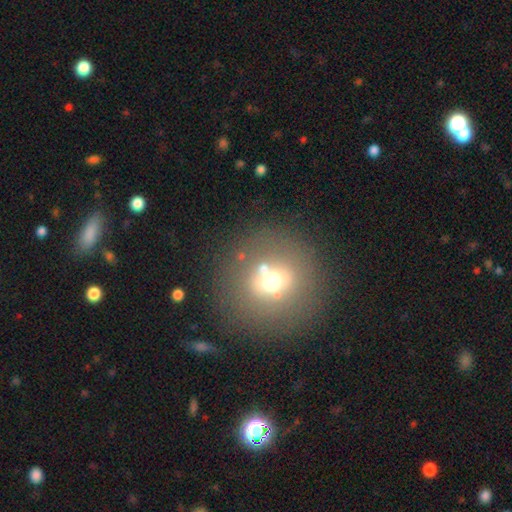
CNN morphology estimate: This is possibly a smooth galaxy (57%). How rounded: clearly round (91%). Merging: clearly none (81%).